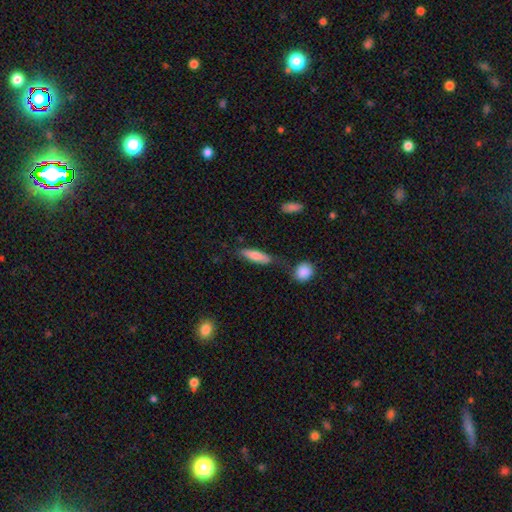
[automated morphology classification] Smooth or featured: smooth — 78% (featured or disk — 15%)
How rounded: cigar-shaped — 60% (in between — 37%)
Merging: none — 63% (minor disturbance — 20%)